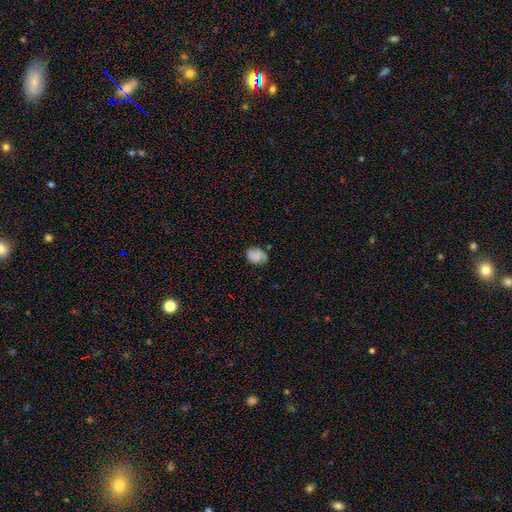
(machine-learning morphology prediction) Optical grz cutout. It shows a smooth galaxy with no disk features (64%) that is in between round and cigar-shaped (66%). Merging: none (67%).